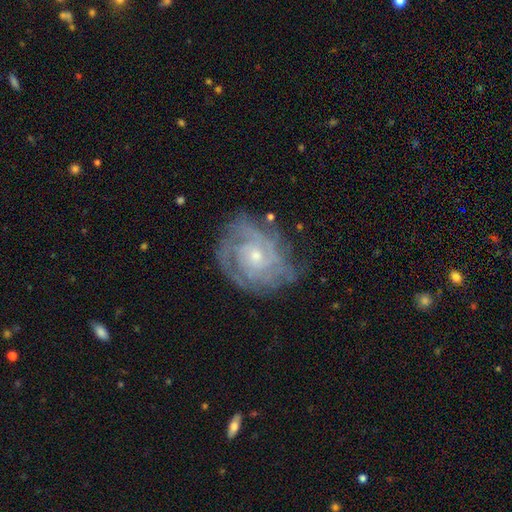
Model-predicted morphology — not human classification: Smooth or featured? featured or disk (85%)
Edge-on disk? no (97%)
Bar? no (76%)
Spiral arms? yes (95%)
Spiral winding? tight (69%)
Spiral arm count? can't tell (33%)
Bulge size? small (60%)
Merging? none (68%)